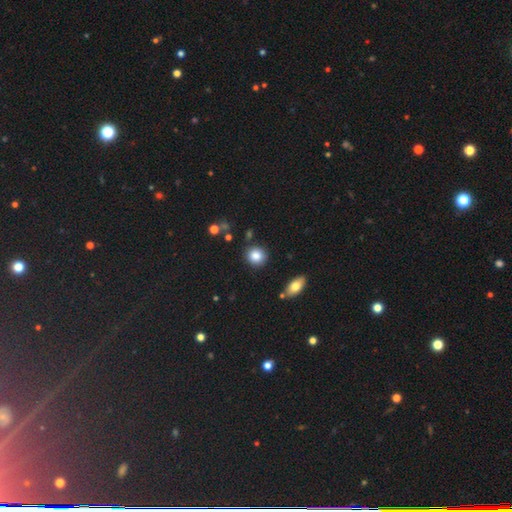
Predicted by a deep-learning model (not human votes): This is clearly a smooth galaxy (85%). How rounded: clearly round (84%). Merging: clearly none (85%).